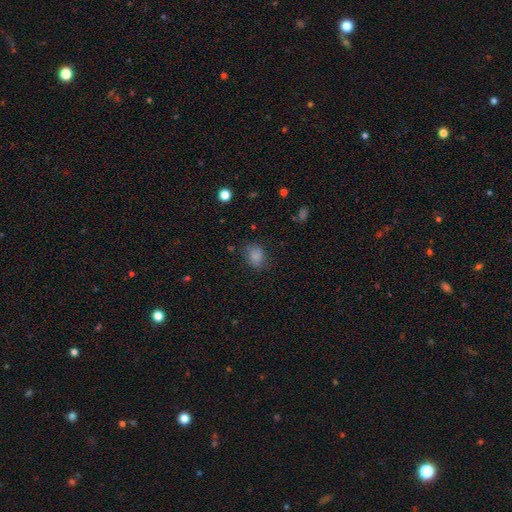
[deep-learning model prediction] Overall: smooth (82%). How rounded: in between (54%; round 45%). Merging: none (73%).